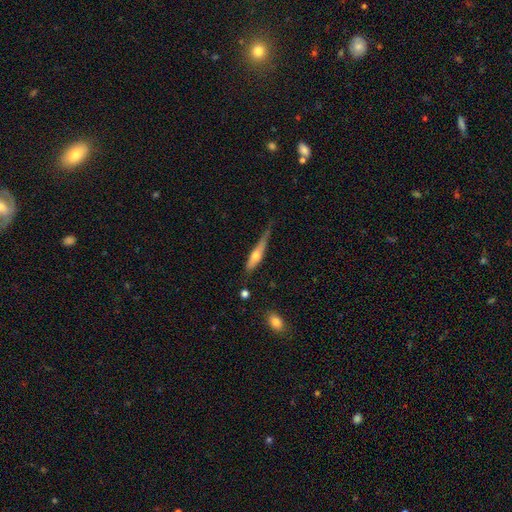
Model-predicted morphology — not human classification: The model was most divided on "merging": none: 45%, minor disturbance: 37%, major disturbance: 14%, merger: 4%. More confident: how rounded — cigar-shaped (78%); smooth or featured — smooth (51%).